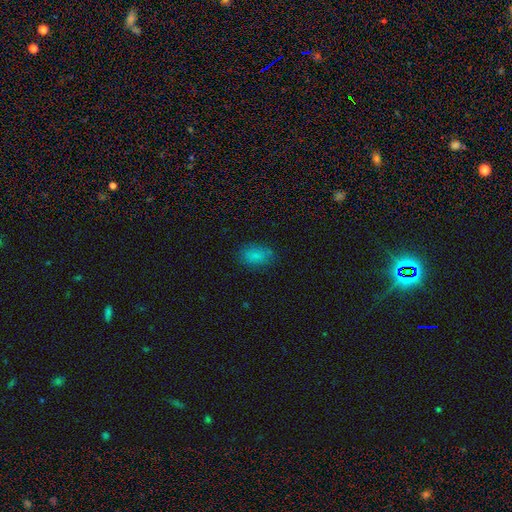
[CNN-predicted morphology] Smooth or featured? Predicted: smooth (p=0.82). How rounded? Predicted: in between (p=0.88). Merging? Predicted: none (p=0.78).